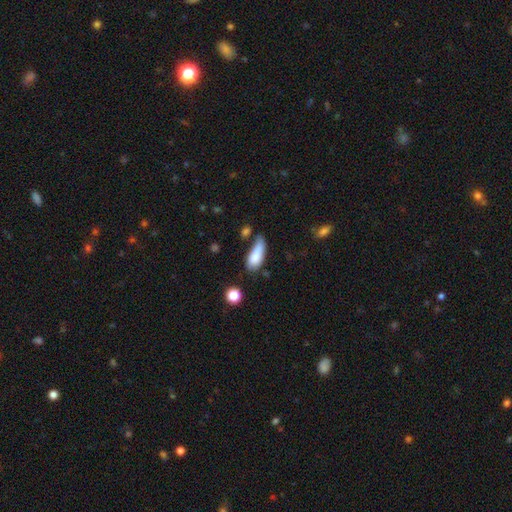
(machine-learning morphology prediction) type=smooth (81%); roundness=in between (74%); merging=none (36%).